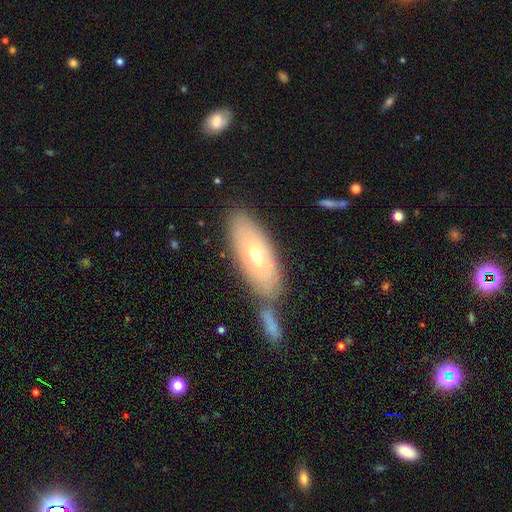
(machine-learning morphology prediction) smooth_or_featured: smooth (p=0.55) [alt: featured or disk p=0.38]
how_rounded: in between (p=0.77) [alt: cigar-shaped p=0.20]
merging: none (p=0.62) [alt: merger p=0.21]